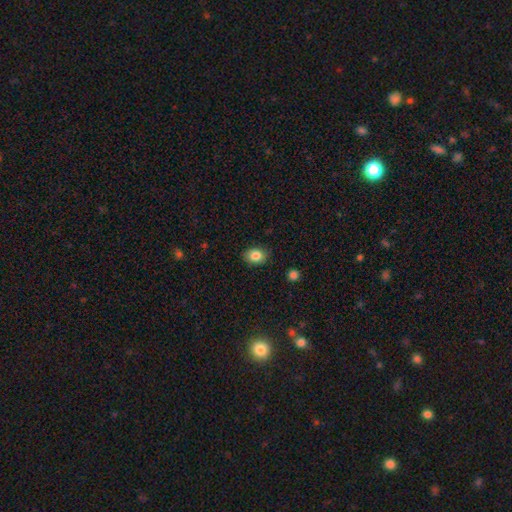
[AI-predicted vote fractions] This appears to be a smooth galaxy with no disk features (84%) that is in between round and cigar-shaped (63%). Merging: none (86%).